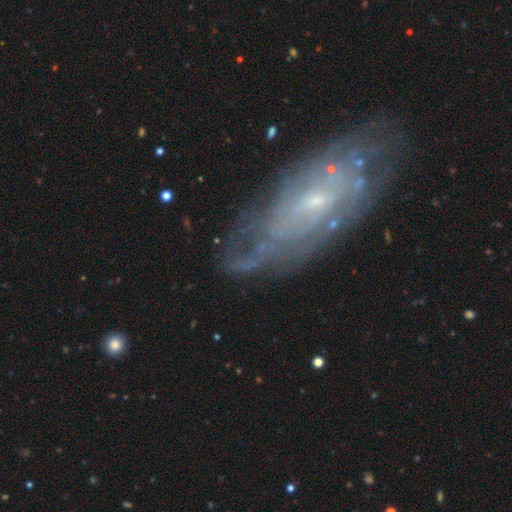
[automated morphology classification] type=featured or disk (76%); edge-on=no (87%); bar=no (57%); spiral arms=yes (79%); winding=tight (59%); arm count=can't tell (61%); bulge=small (77%); merging=none (69%).